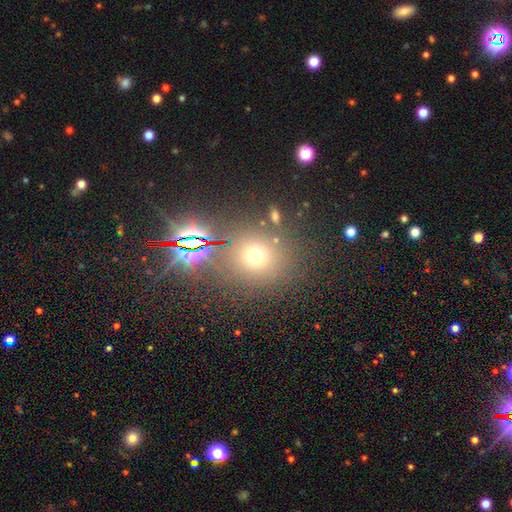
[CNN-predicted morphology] A smooth galaxy with no disk features (58%) that is round (85%). Merging: none (79%).